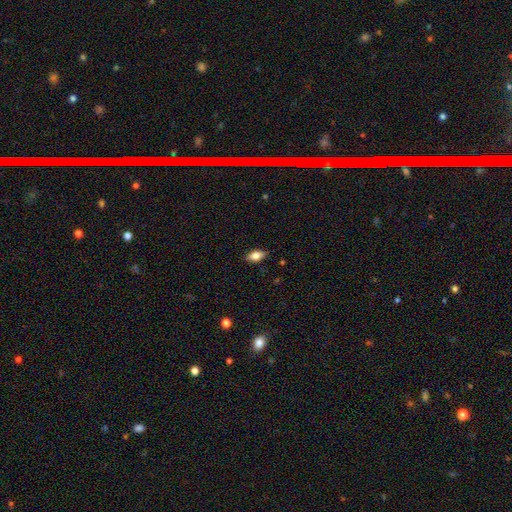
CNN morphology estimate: The model was most divided on "smooth or featured": smooth: 77%, featured or disk: 16%, star or artifact: 8%. More confident: how rounded — in between (88%); merging — none (87%).